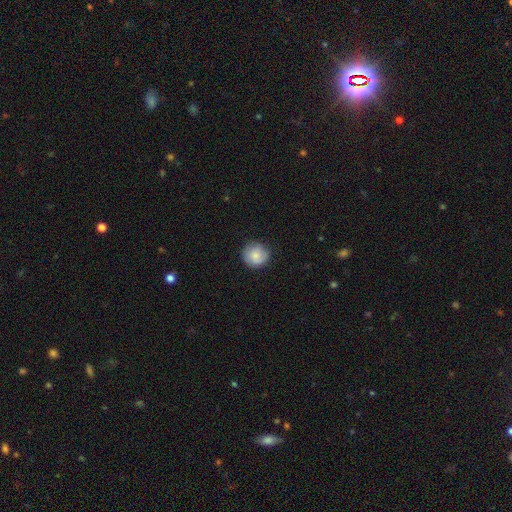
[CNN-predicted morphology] smooth 77%, featured or disk 16%, star or artifact 7%. Down the decision tree: how rounded — round (91%); merging — none (81%).